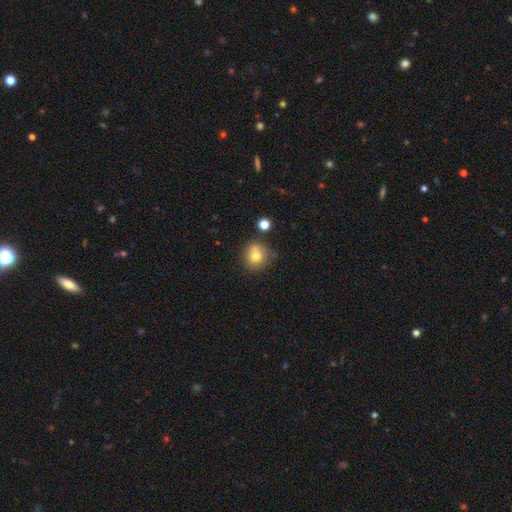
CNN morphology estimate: Q: Smooth or featured?
A: smooth (77%); runner-up: featured or disk (12%)
Q: How rounded?
A: round (86%); runner-up: in between (13%)
Q: Merging?
A: none (70%); runner-up: minor disturbance (18%)